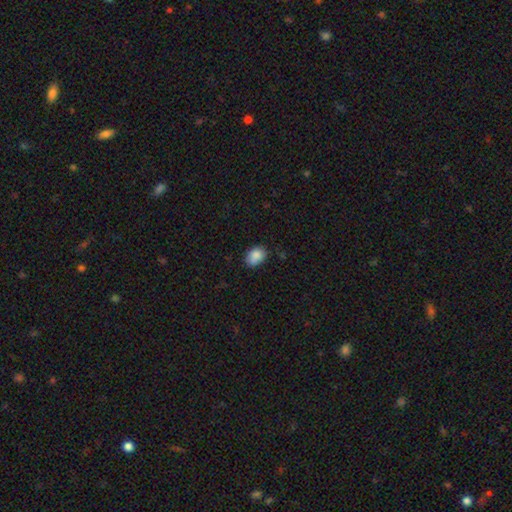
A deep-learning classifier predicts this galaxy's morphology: A smooth galaxy with no disk features (86%) that is in between round and cigar-shaped (72%).

Vote fractions:
- Smooth or featured? smooth: 86% / star or artifact: 9% / featured or disk: 6%
- How rounded? in between: 72% / round: 27% / cigar-shaped: 1%
- Merging? none: 67% / minor disturbance: 25% / major disturbance: 4% / merger: 4%